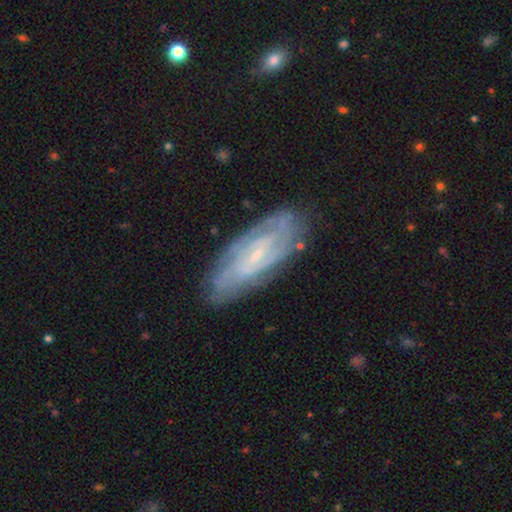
smooth_or_featured: featured or disk (p=0.90) [alt: smooth p=0.10]
disk_edge_on: no (p=0.94) [alt: yes p=0.06]
bar: weak (p=0.59) [alt: strong p=0.26]
has_spiral_arms: yes (p=0.91) [alt: no p=0.09]
spiral_winding: tight (p=0.65) [alt: medium p=0.35]
spiral_arm_count: 2 (p=0.39) [alt: 3 p=0.23]
bulge_size: small (p=0.76) [alt: moderate p=0.21]
merging: none (p=0.85) [alt: minor disturbance p=0.10]